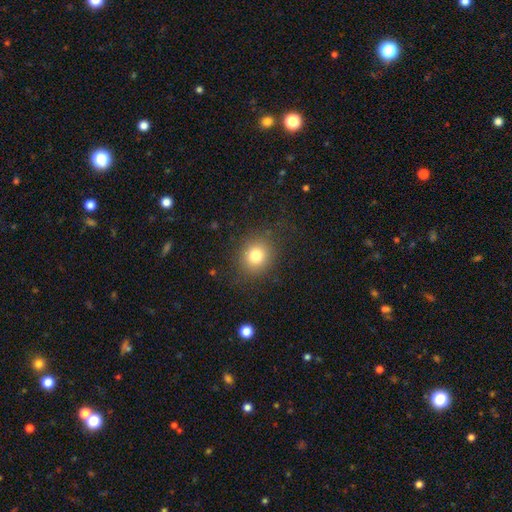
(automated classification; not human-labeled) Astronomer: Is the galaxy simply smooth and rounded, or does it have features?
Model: smooth — 79%.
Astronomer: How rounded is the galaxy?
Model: round — 77%.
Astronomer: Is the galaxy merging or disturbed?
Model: none — 84%.